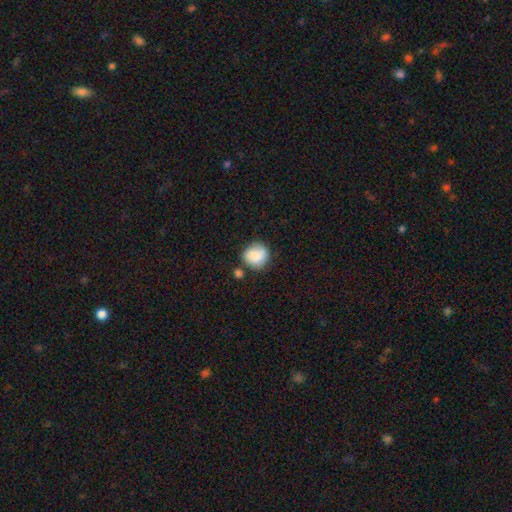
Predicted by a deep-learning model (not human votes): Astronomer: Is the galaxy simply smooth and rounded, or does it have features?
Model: smooth — 81%.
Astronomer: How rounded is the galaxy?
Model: round — 85%.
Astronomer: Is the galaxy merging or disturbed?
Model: none — 63%.